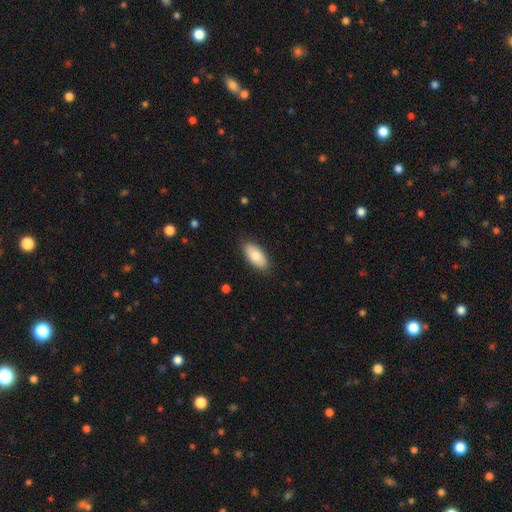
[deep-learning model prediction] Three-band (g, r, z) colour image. It shows a smooth galaxy with no disk features (82%) that is in between round and cigar-shaped (92%). Merging: none (86%).